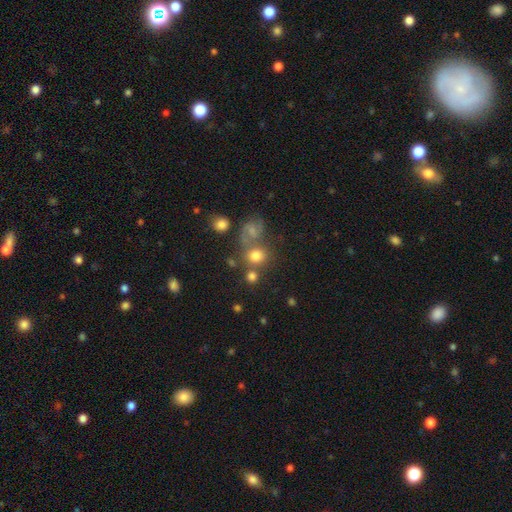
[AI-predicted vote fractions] A smooth galaxy with no disk features (75%) that is round (82%). Merging: none (55%).